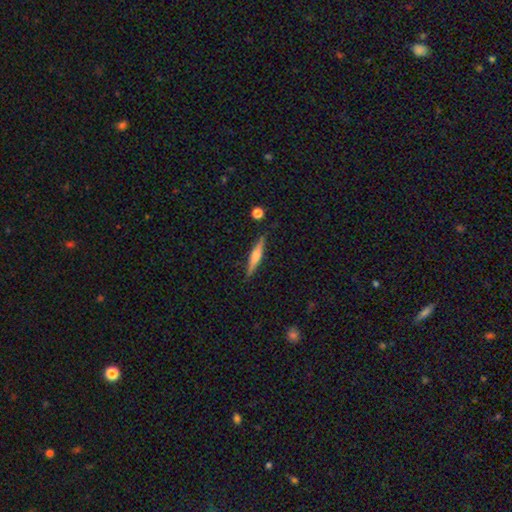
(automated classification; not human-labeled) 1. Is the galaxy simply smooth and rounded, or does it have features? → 61% featured or disk, 32% smooth, 6% star or artifact.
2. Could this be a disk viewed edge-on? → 97% yes, 3% no.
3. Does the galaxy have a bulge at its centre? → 79% rounded, 12% boxy, 9% none.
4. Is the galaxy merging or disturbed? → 88% none, 8% minor disturbance, 2% major disturbance, 2% merger.